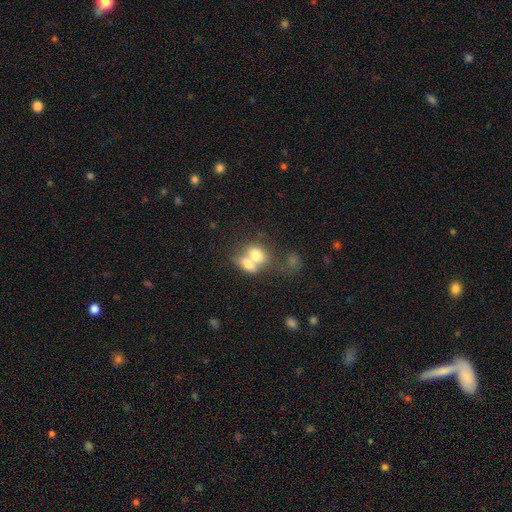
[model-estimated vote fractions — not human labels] A smooth galaxy with no disk features (72%) that is in between round and cigar-shaped (71%). Merging: merger (69%).